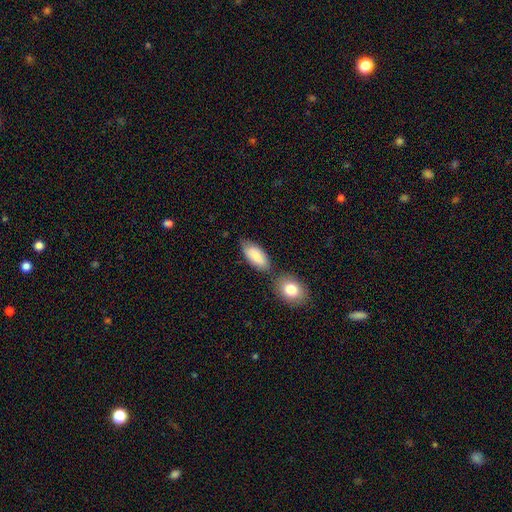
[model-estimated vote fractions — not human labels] This appears to be a smooth galaxy with no disk features (84%) that is in between round and cigar-shaped (90%). Merging: none (62%).